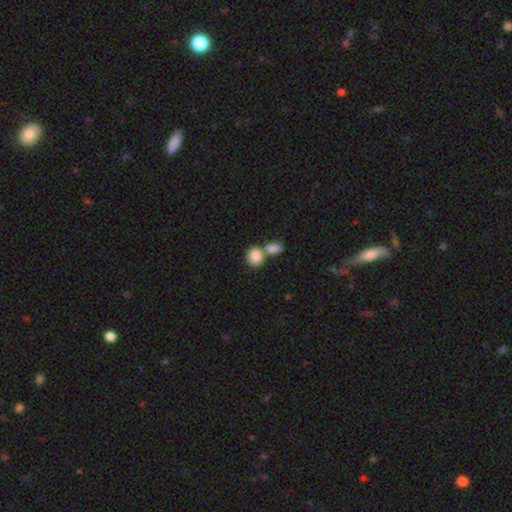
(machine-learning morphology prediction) This is clearly a smooth galaxy (86%). How rounded: possibly round (56%). Merging: possibly merger (56%).